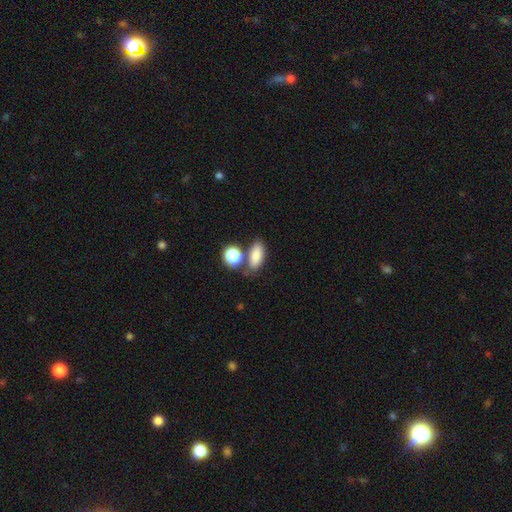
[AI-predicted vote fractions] Smooth or featured? smooth (83%)
How rounded? in between (84%)
Merging? none (60%)